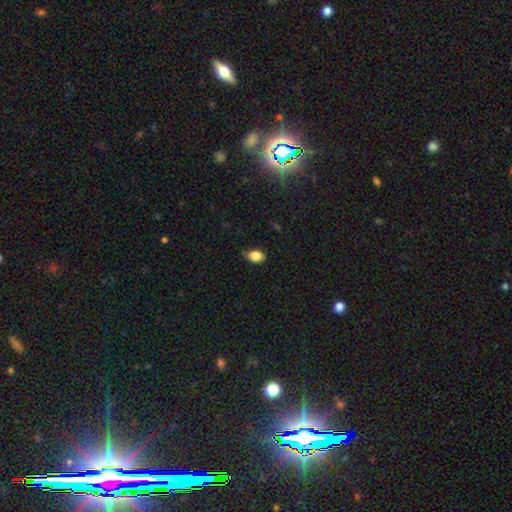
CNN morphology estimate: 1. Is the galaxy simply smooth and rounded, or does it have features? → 85% smooth, 9% star or artifact, 6% featured or disk.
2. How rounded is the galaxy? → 80% in between, 18% round, 2% cigar-shaped.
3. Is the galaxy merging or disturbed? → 71% none, 25% minor disturbance, 3% major disturbance, 1% merger.